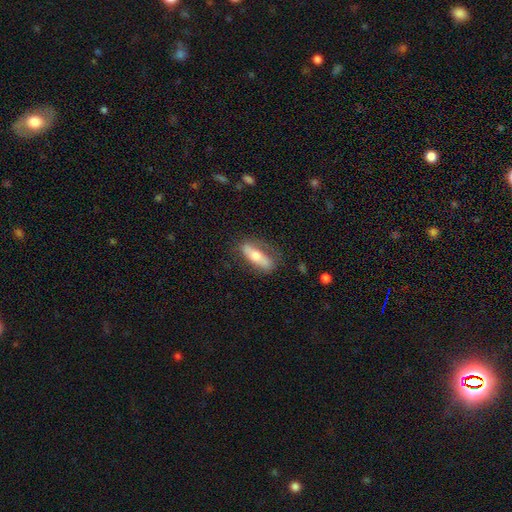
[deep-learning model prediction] This is possibly a smooth galaxy (53%). How rounded: possibly in between (50%). Merging: likely none (73%).